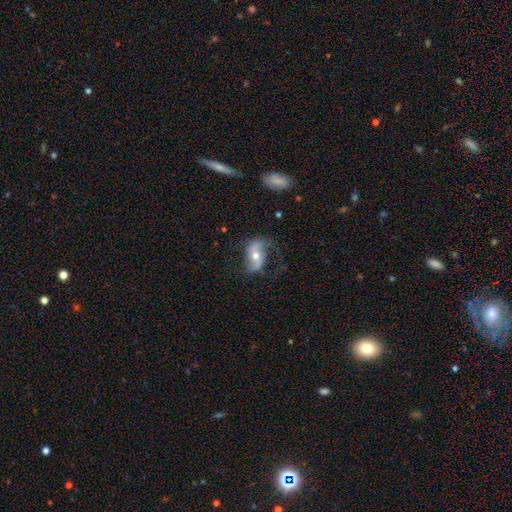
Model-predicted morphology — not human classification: Smooth or featured?
  - featured or disk: 72% *
  - smooth: 21%
  - star or artifact: 7%
Edge-on disk?
  - no: 94% *
  - yes: 6%
Bar?
  - no: 42% *
  - weak: 33%
  - strong: 25%
Spiral arms?
  - yes: 88% *
  - no: 12%
Spiral winding?
  - loose: 69% *
  - medium: 23%
  - tight: 7%
Spiral arm count?
  - 2: 88% *
  - 1: 5%
  - can't tell: 4%
  - 3: 1%
  - 4: 1%
  - more than 4: 1%
Bulge size?
  - moderate: 67% *
  - small: 26%
  - large: 5%
  - none: 1%
  - dominant: 1%
Merging?
  - none: 63% *
  - minor disturbance: 21%
  - major disturbance: 15%
  - merger: 2%